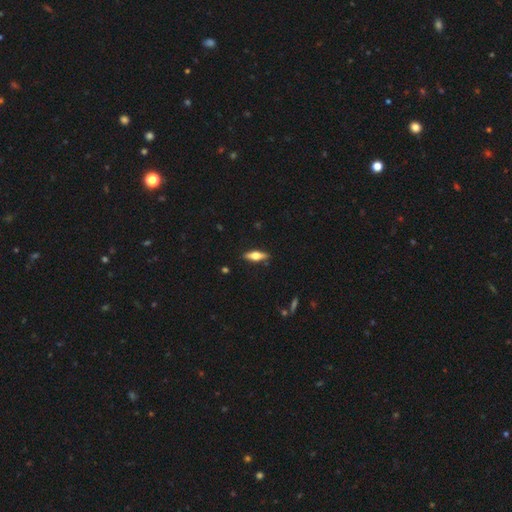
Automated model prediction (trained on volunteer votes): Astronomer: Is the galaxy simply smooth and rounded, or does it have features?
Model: featured or disk — 49% (runner-up: smooth, 45%).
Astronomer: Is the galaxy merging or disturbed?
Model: none — 89%.